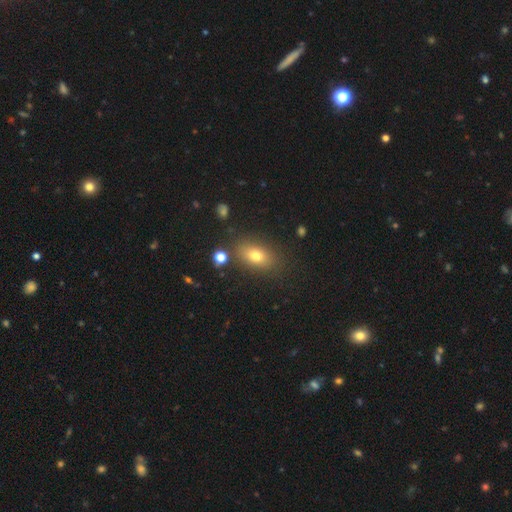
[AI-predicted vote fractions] Overall: smooth (74%). How rounded: in between (81%). Merging: none (82%).